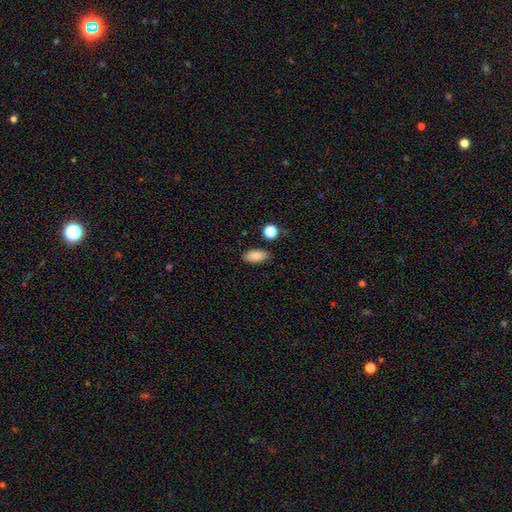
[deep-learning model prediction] smooth-or-featured: smooth: 86% | star or artifact: 8% | featured or disk: 5%
  how-rounded: in between: 89% | cigar-shaped: 6% | round: 5%
  merging: none: 84% | minor disturbance: 10% | merger: 3% | major disturbance: 3%